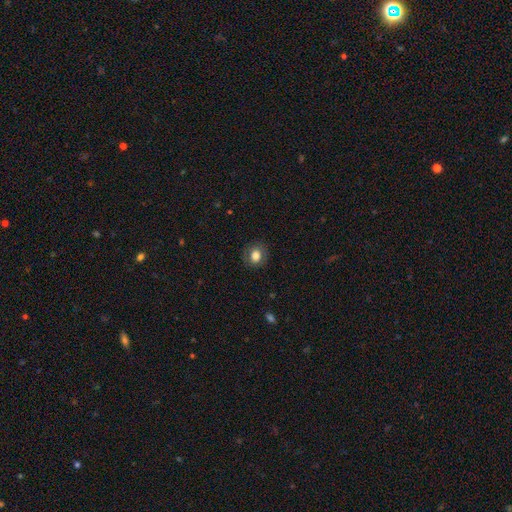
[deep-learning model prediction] A smooth galaxy with no disk features (79%) that is round (70%). Merging: none (86%).